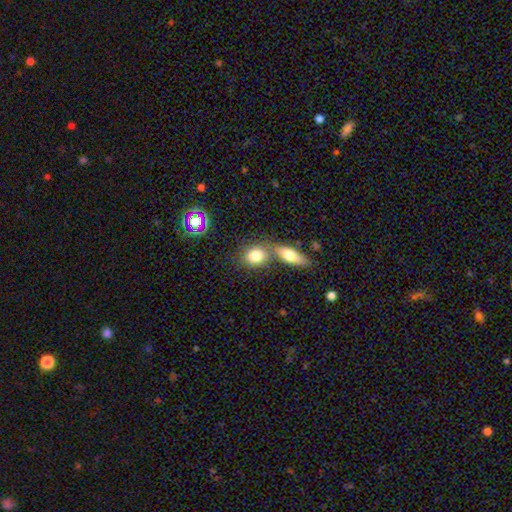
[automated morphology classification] smooth-or-featured: smooth: 78% | featured or disk: 12% | star or artifact: 11%
  how-rounded: round: 53% | in between: 44% | cigar-shaped: 3%
  merging: none: 48% | merger: 39% | minor disturbance: 9% | major disturbance: 4%